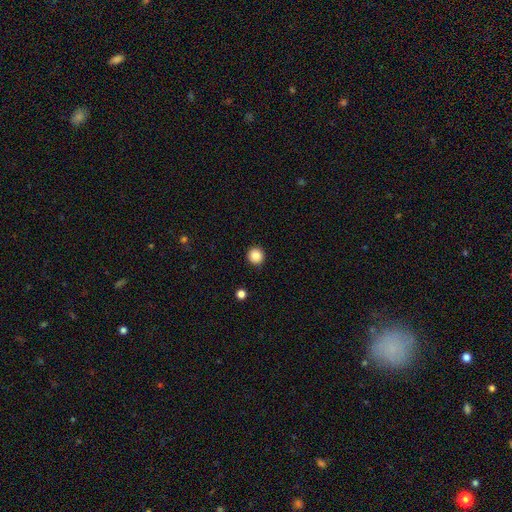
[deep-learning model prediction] This is clearly a smooth galaxy (88%). How rounded: clearly round (94%). Merging: clearly none (92%).